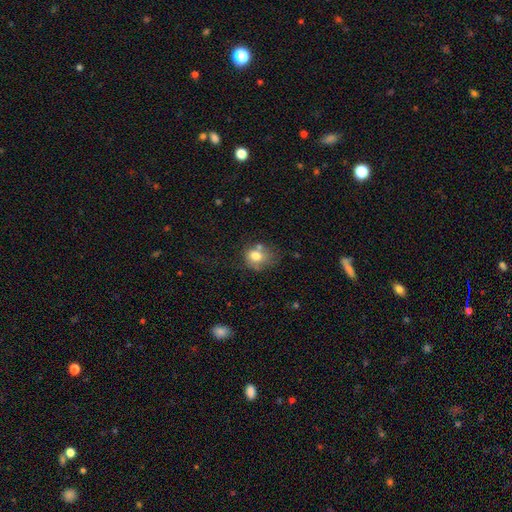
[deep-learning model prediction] The model was most divided on "how rounded": round: 57%, in between: 42%, cigar-shaped: 1%. Remaining: smooth or featured — smooth (73%); merging — none (45%).